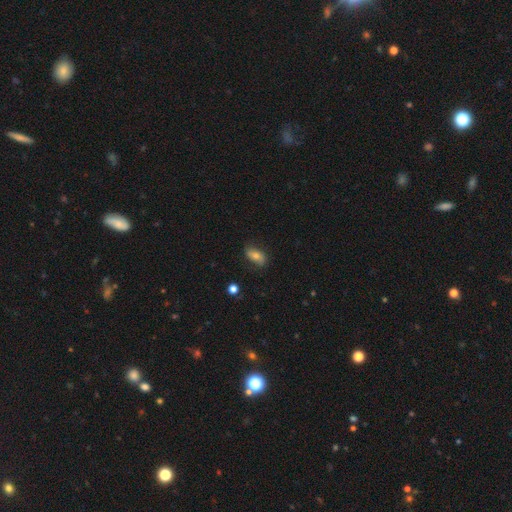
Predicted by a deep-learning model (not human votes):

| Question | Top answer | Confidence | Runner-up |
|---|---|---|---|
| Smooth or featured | smooth | 64% | featured or disk (27%) |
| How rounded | in between | 85% | cigar-shaped (8%) |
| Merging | none | 78% | minor disturbance (17%) |